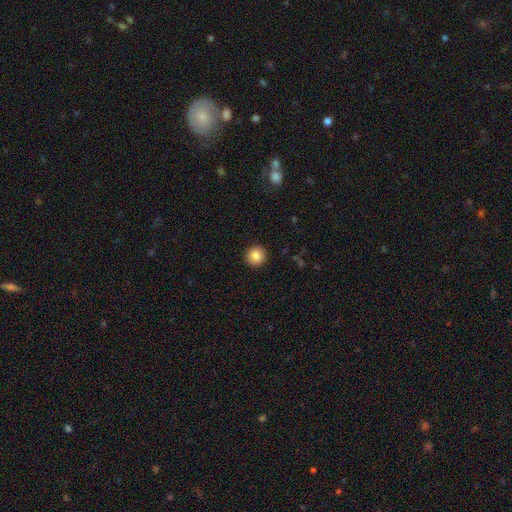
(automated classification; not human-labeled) Smooth or featured? Predicted: smooth (p=0.87). How rounded? Predicted: round (p=0.94). Merging? Predicted: none (p=0.92).